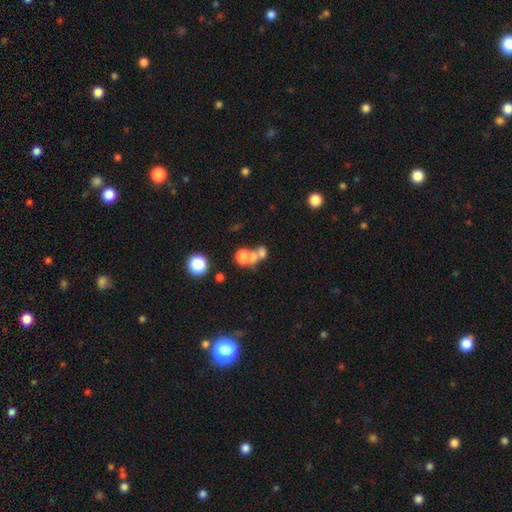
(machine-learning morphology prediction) Smooth or featured?
  - smooth: 65% *
  - star or artifact: 18%
  - featured or disk: 17%
How rounded?
  - round: 63% *
  - in between: 35%
  - cigar-shaped: 2%
Merging?
  - merger: 54% *
  - none: 31%
  - minor disturbance: 8%
  - major disturbance: 7%